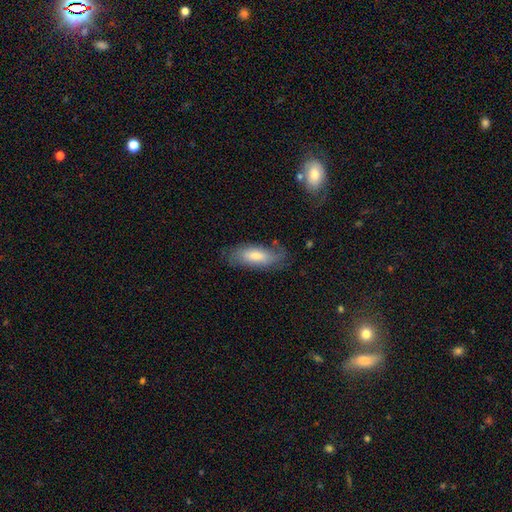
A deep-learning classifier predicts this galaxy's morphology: Smooth or featured?
  - smooth: 70% *
  - featured or disk: 24%
  - star or artifact: 6%
How rounded?
  - in between: 76% *
  - cigar-shaped: 22%
  - round: 2%
Merging?
  - none: 67% *
  - minor disturbance: 23%
  - major disturbance: 8%
  - merger: 2%